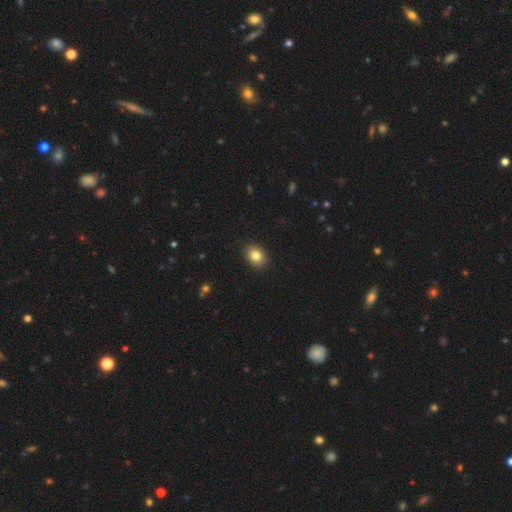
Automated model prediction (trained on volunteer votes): A smooth galaxy with no disk features (83%) that is round (52%).

Vote fractions:
- Smooth or featured? smooth: 83% / star or artifact: 10% / featured or disk: 7%
- How rounded? round: 52% / in between: 47% / cigar-shaped: 1%
- Merging? none: 89% / minor disturbance: 8% / major disturbance: 2% / merger: 1%